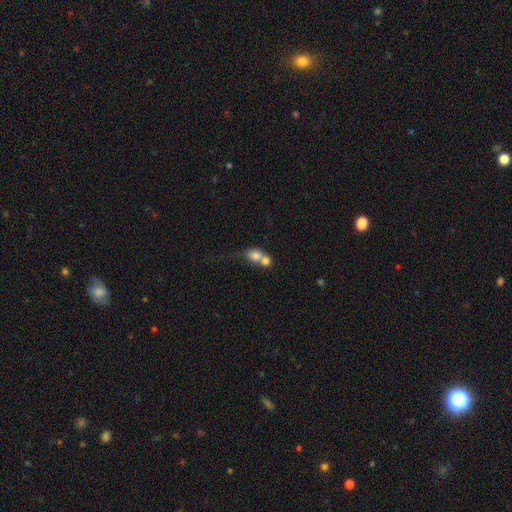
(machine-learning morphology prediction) smooth_or_featured: smooth (p=0.73) [alt: featured or disk p=0.17]
how_rounded: round (p=0.65) [alt: in between p=0.33]
merging: merger (p=0.71) [alt: none p=0.19]